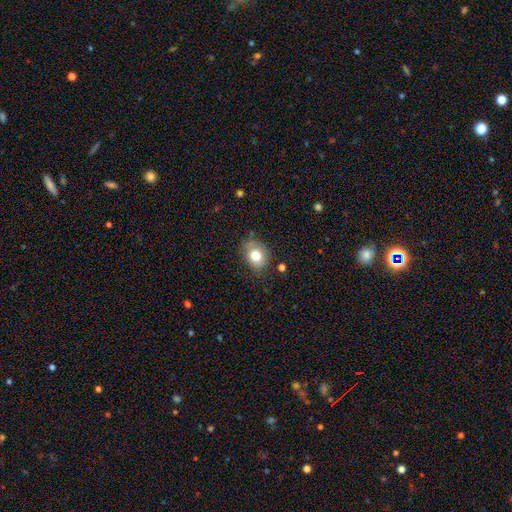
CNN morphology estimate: This appears to be a smooth galaxy with no disk features (76%) that is in between round and cigar-shaped (51%). Merging: none (71%).